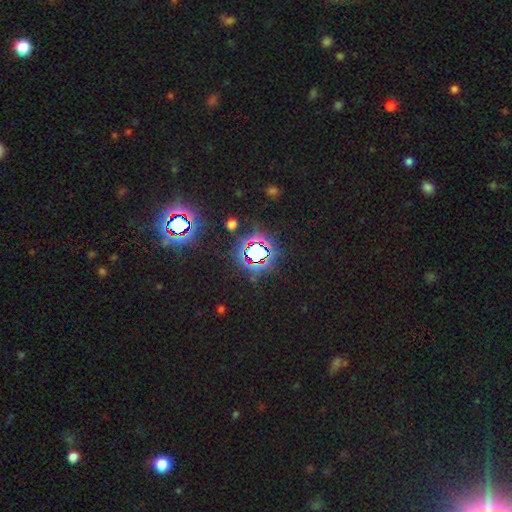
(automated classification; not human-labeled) smooth_or_featured: star or artifact (p=0.75) [alt: smooth p=0.16]